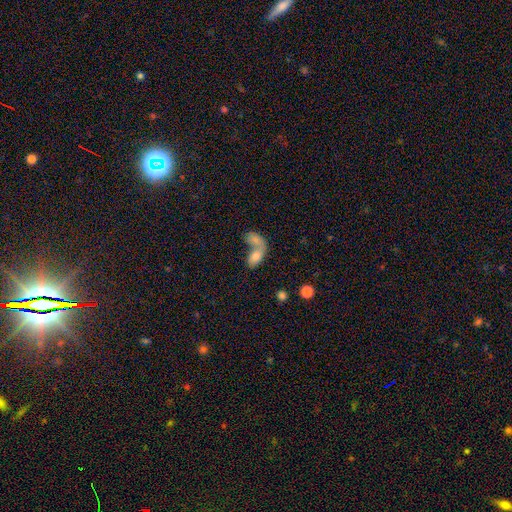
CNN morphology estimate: Smooth or featured? Predicted: smooth (p=0.71). How rounded? Predicted: in between (p=0.86). Merging? Predicted: merger (p=0.74).